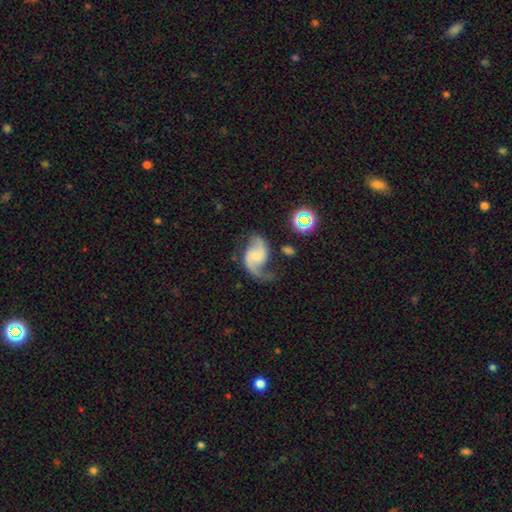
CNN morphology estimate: A featured or disk galaxy (85%) with no bar (44%), 2 (88%) loose (59%) spiral arms (97%) and a small central bulge (38%).

Vote fractions:
- Smooth or featured? featured or disk: 85% / smooth: 9% / star or artifact: 6%
- Edge-on disk? no: 98% / yes: 2%
- Bar? no: 44% / weak: 43% / strong: 13%
- Spiral arms? yes: 97% / no: 3%
- Spiral winding? loose: 59% / medium: 34% / tight: 7%
- Spiral arm count? 2: 88% / 1: 7% / can't tell: 2% / 3: 1% / 4: 1% / more than 4: 1%
- Bulge size? small: 38% / none: 31% / moderate: 24% / large: 5% / dominant: 2%
- Merging? none: 60% / minor disturbance: 21% / major disturbance: 16% / merger: 4%